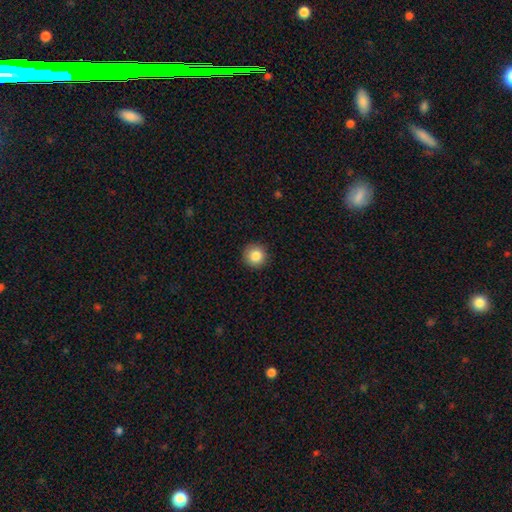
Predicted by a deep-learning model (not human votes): Smooth or featured?
  - smooth: 85% *
  - star or artifact: 10%
  - featured or disk: 6%
How rounded?
  - round: 95% *
  - in between: 4%
  - cigar-shaped: 1%
Merging?
  - none: 92% *
  - minor disturbance: 5%
  - major disturbance: 2%
  - merger: 1%